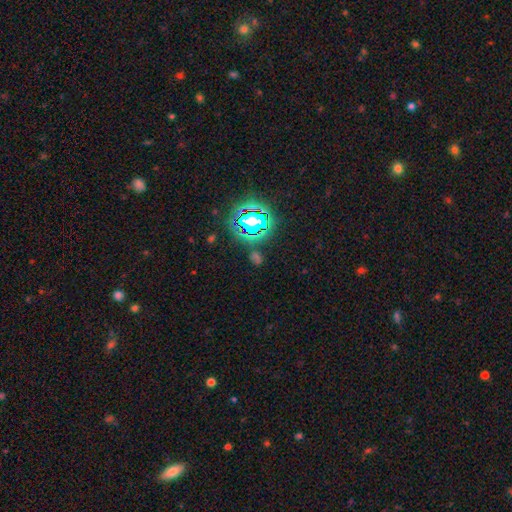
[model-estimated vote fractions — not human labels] Smooth or featured: star or artifact — 68% (smooth — 23%)